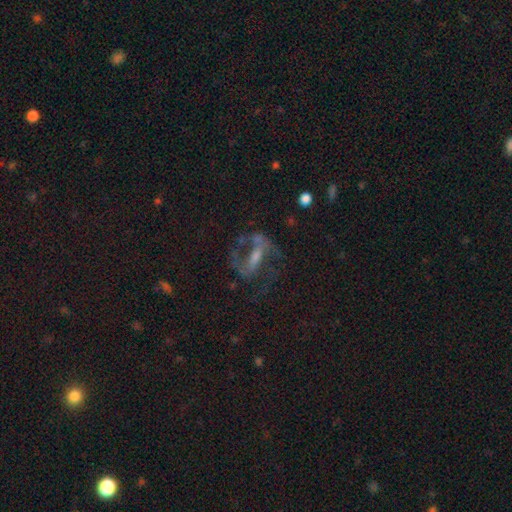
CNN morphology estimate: A featured or disk galaxy (76%) with a strong bar (42%), 2 (81%) medium (48%) spiral arms (82%) and a moderate central bulge (37%).

Vote fractions:
- Smooth or featured? featured or disk: 76% / smooth: 13% / star or artifact: 11%
- Edge-on disk? no: 94% / yes: 6%
- Bar? strong: 42% / weak: 38% / no: 20%
- Spiral arms? yes: 82% / no: 18%
- Spiral winding? medium: 48% / loose: 38% / tight: 13%
- Spiral arm count? 2: 81% / can't tell: 9% / 1: 5% / 3: 3% / 4: 1% / more than 4: 1%
- Bulge size? moderate: 37% / small: 34% / none: 19% / large: 8% / dominant: 2%
- Merging? none: 51% / major disturbance: 29% / minor disturbance: 16% / merger: 4%